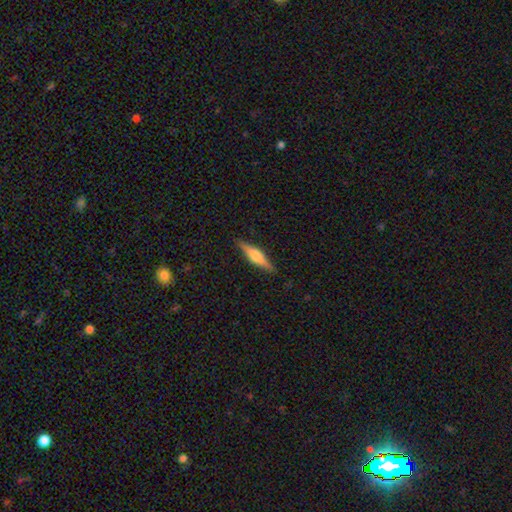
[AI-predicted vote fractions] Smooth or featured? featured or disk (61%)
Edge-on disk? yes (97%)
Edge-on bulge? rounded (82%)
Merging? none (89%)